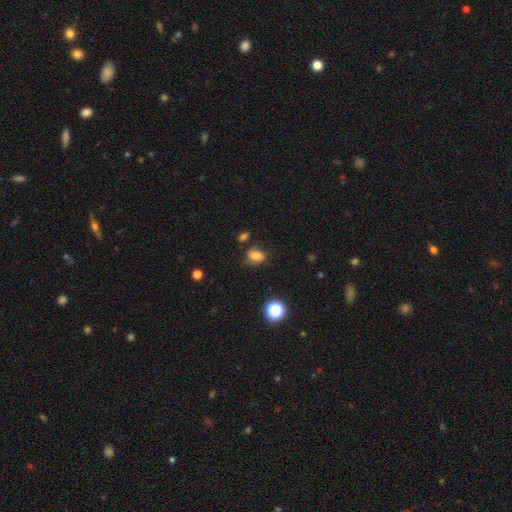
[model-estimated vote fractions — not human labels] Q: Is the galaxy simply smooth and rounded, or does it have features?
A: smooth — 67%.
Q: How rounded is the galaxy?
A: in between — 71%.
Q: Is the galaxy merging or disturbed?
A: none — 54%.